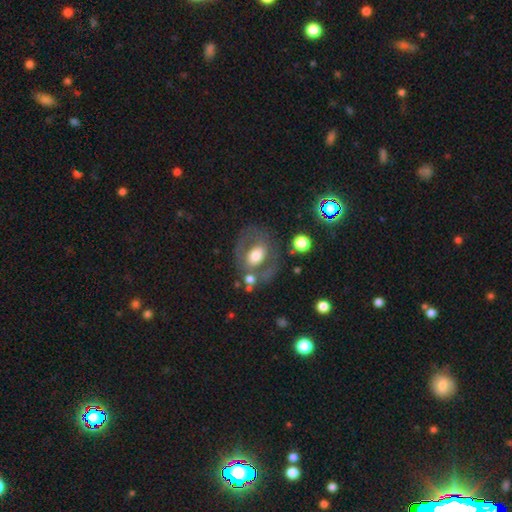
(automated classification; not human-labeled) Q: Smooth or featured?
A: featured or disk (48%); runner-up: smooth (44%)
Q: Merging?
A: none (62%); runner-up: minor disturbance (17%)